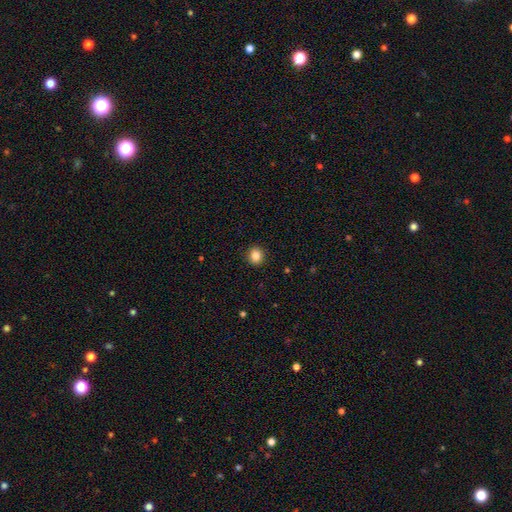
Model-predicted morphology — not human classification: A smooth galaxy with no disk features (85%) that is round (83%).

Vote fractions:
- Smooth or featured? smooth: 85% / star or artifact: 10% / featured or disk: 4%
- How rounded? round: 83% / in between: 16% / cigar-shaped: 1%
- Merging? none: 92% / minor disturbance: 5% / major disturbance: 2% / merger: 1%